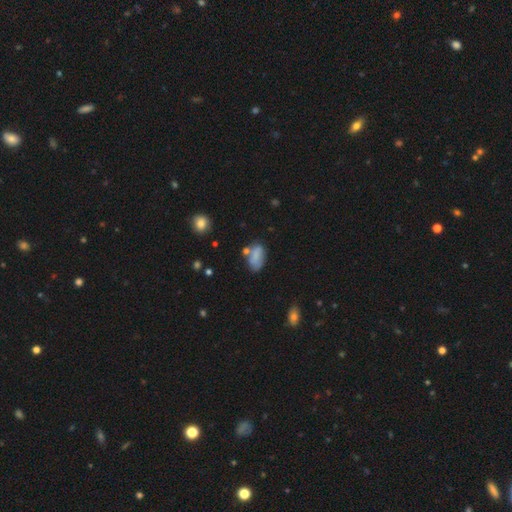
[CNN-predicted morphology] This is likely a smooth galaxy (74%). How rounded: clearly in between (90%). Merging: possibly none (54%).